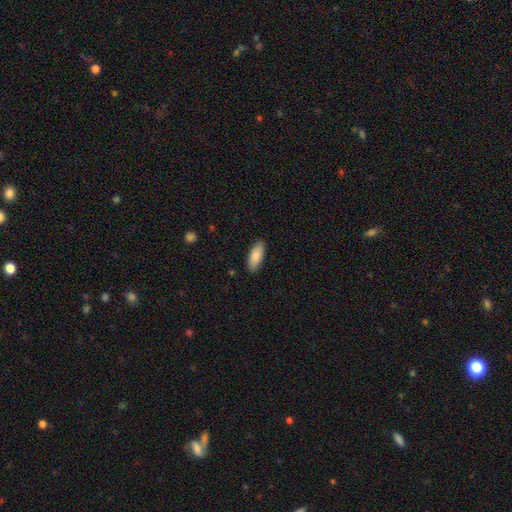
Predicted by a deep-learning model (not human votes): Morphology: type=smooth (86%); roundness=in between (78%); merging=none (88%).